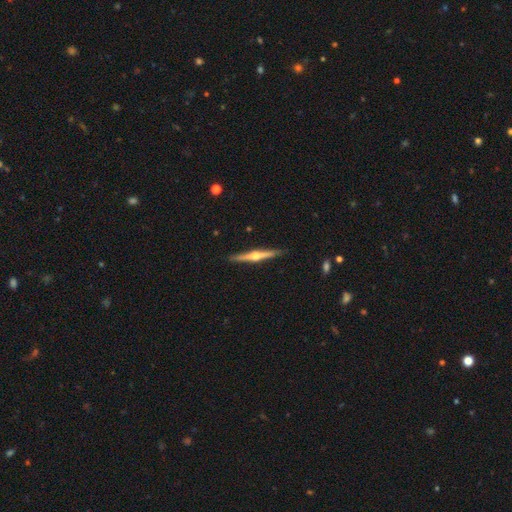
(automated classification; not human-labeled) featured or disk 78%, smooth 17%, star or artifact 5%. Down the decision tree: edge-on disk — yes (98%); edge-on bulge — rounded (94%); merging — none (91%).